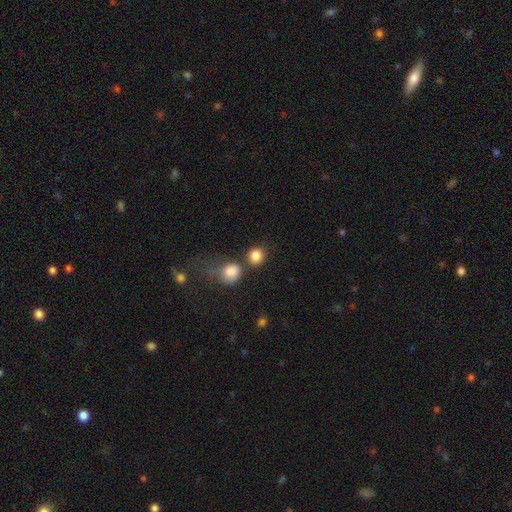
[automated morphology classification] Overall: smooth (85%). How rounded: round (85%). Merging: none (65%).